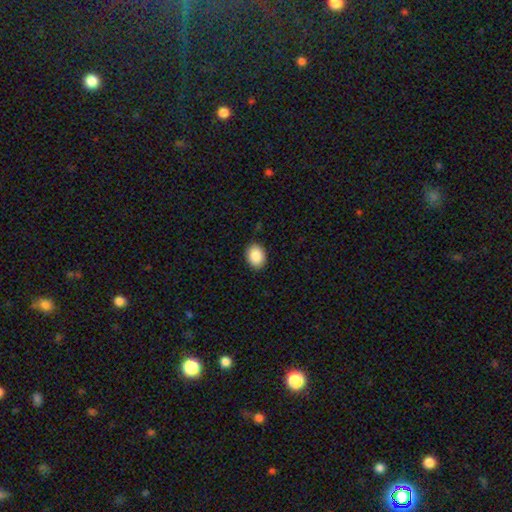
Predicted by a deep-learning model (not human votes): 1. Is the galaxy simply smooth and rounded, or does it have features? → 88% smooth, 8% star or artifact, 4% featured or disk.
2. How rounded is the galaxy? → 58% in between, 41% round, 1% cigar-shaped.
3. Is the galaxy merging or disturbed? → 89% none, 8% minor disturbance, 2% major disturbance, 1% merger.